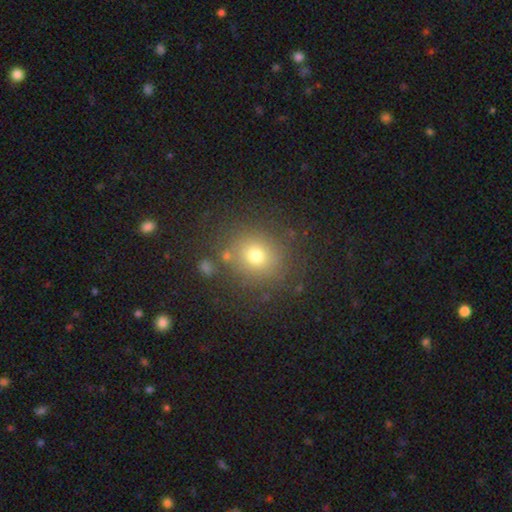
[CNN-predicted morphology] Smooth or featured: smooth — 72% (star or artifact — 17%)
How rounded: round — 82% (in between — 17%)
Merging: none — 82% (minor disturbance — 10%)